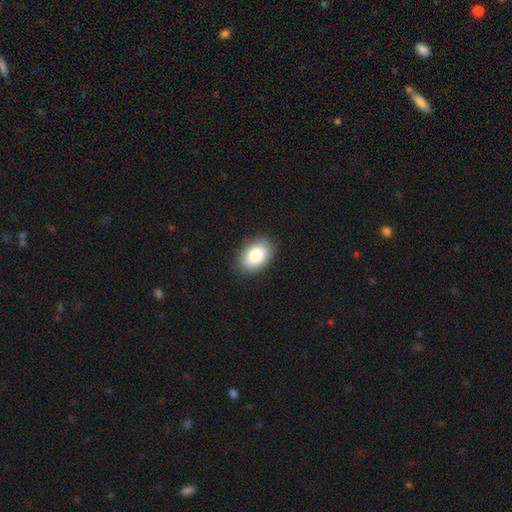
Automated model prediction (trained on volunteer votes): This appears to be a smooth galaxy with no disk features (86%) that is in between round and cigar-shaped (89%). Merging: none (88%).